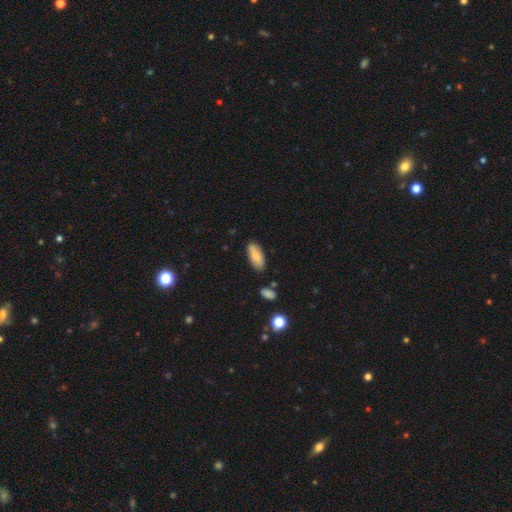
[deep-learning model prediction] Morphology: type=smooth (83%); roundness=in between (78%); merging=none (81%).